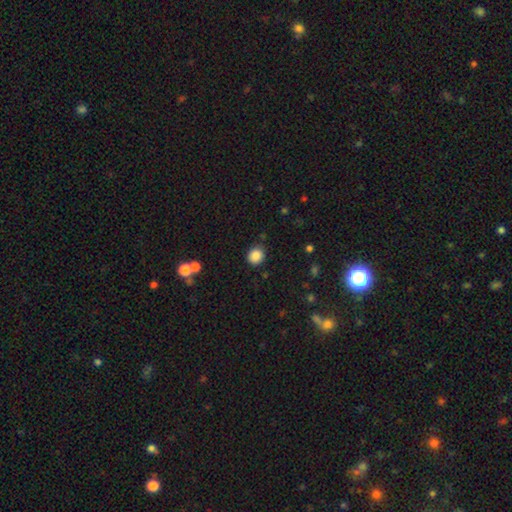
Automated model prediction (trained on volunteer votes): A smooth galaxy with no disk features (87%) that is round (81%).

Vote fractions:
- Smooth or featured? smooth: 87% / star or artifact: 10% / featured or disk: 4%
- How rounded? round: 81% / in between: 18% / cigar-shaped: 1%
- Merging? none: 86% / minor disturbance: 9% / major disturbance: 3% / merger: 2%